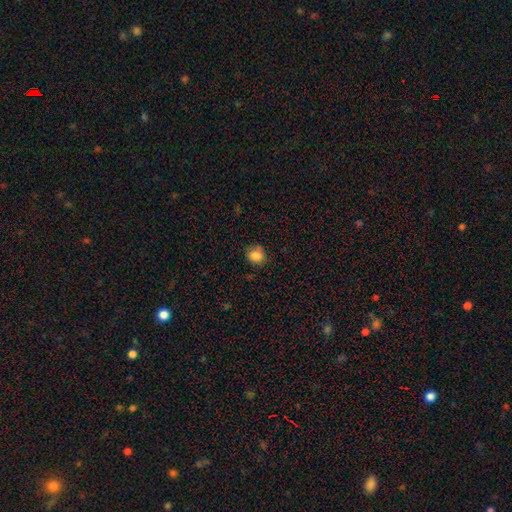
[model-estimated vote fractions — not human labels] Smooth or featured? Predicted: smooth (p=0.85). How rounded? Predicted: round (p=0.78). Merging? Predicted: none (p=0.74).